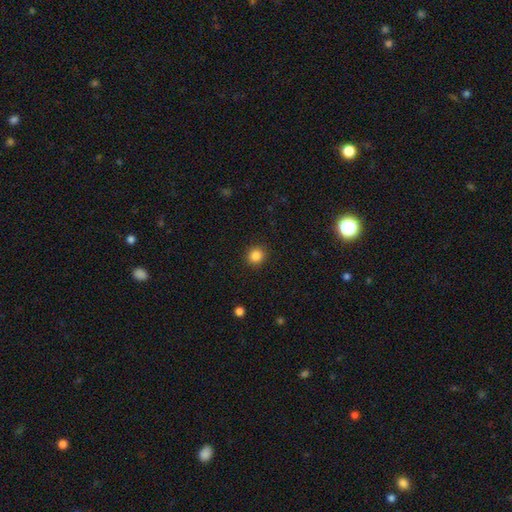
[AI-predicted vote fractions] A smooth galaxy with no disk features (85%) that is round (88%).

Vote fractions:
- Smooth or featured? smooth: 85% / star or artifact: 11% / featured or disk: 4%
- How rounded? round: 88% / in between: 11% / cigar-shaped: 1%
- Merging? none: 91% / minor disturbance: 6% / major disturbance: 2% / merger: 1%